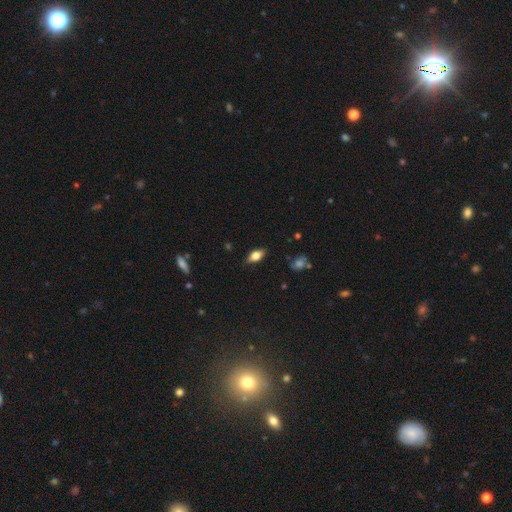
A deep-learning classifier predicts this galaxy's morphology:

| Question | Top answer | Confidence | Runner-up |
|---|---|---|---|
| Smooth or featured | smooth | 66% | featured or disk (26%) |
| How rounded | in between | 83% | cigar-shaped (10%) |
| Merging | none | 81% | minor disturbance (15%) |